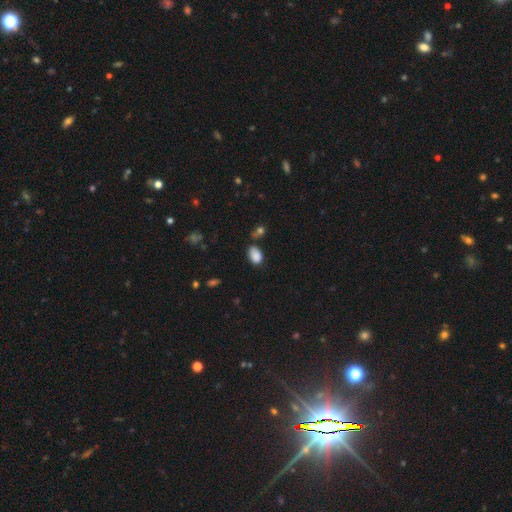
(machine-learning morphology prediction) Smooth or featured? smooth (87%)
How rounded? in between (89%)
Merging? none (63%)